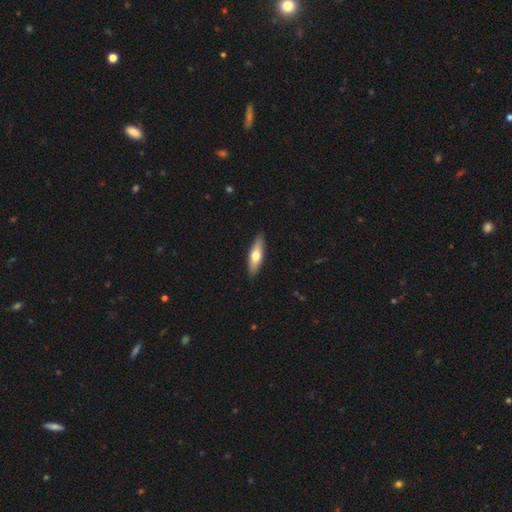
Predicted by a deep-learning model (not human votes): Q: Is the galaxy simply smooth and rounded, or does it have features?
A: smooth — 62%.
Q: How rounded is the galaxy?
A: cigar-shaped — 52%.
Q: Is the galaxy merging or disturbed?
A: none — 90%.